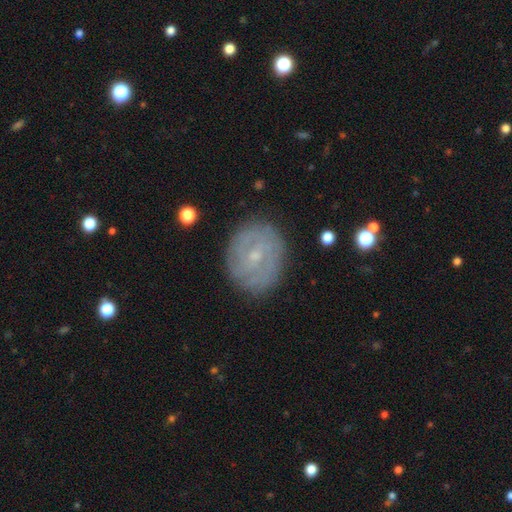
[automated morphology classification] Overall: featured or disk (65%; smooth 26%). Edge-on disk: no (96%). Bar: no (48%; weak 41%). Spiral arms: yes (77%). Bulge size: small (78%). Merging: none (83%).